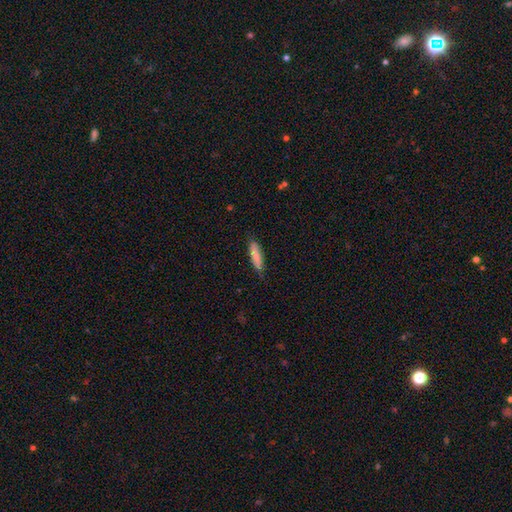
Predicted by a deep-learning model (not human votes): smooth_or_featured: smooth (p=0.80) [alt: featured or disk p=0.14]
how_rounded: cigar-shaped (p=0.73) [alt: in between p=0.26]
merging: none (p=0.82) [alt: minor disturbance p=0.14]